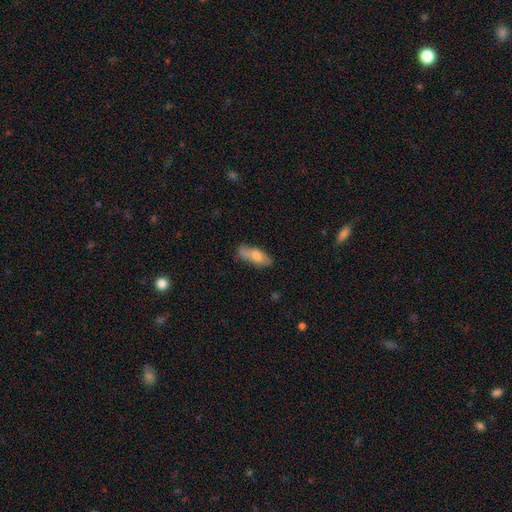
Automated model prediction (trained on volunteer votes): Smooth or featured? Predicted: smooth (p=0.72). How rounded? Predicted: in between (p=0.68). Merging? Predicted: none (p=0.64).